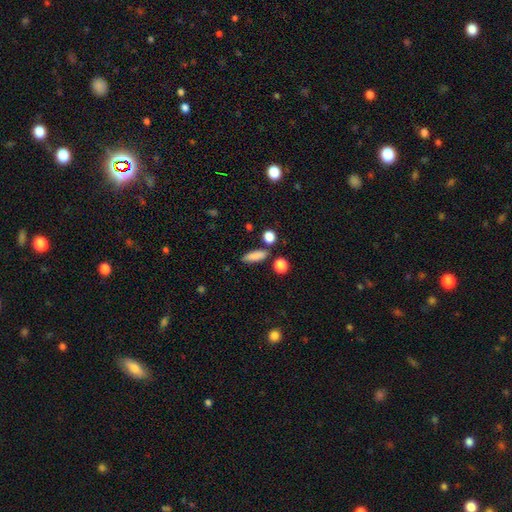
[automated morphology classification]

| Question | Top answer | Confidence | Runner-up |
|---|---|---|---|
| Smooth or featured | smooth | 85% | star or artifact (8%) |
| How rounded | in between | 52% | cigar-shaped (42%) |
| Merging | none | 79% | minor disturbance (12%) |